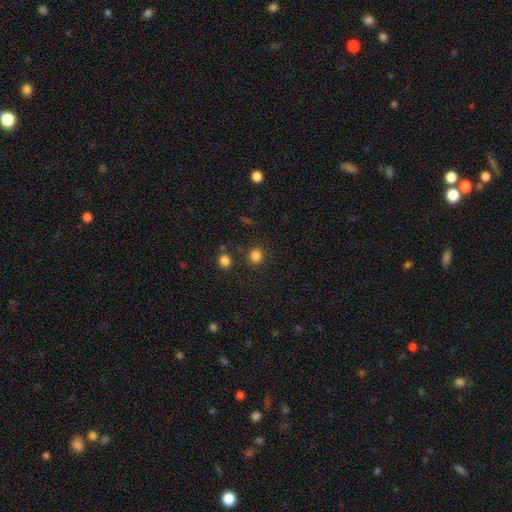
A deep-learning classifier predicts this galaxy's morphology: This is clearly a smooth galaxy (84%). How rounded: clearly round (86%). Merging: clearly none (86%).